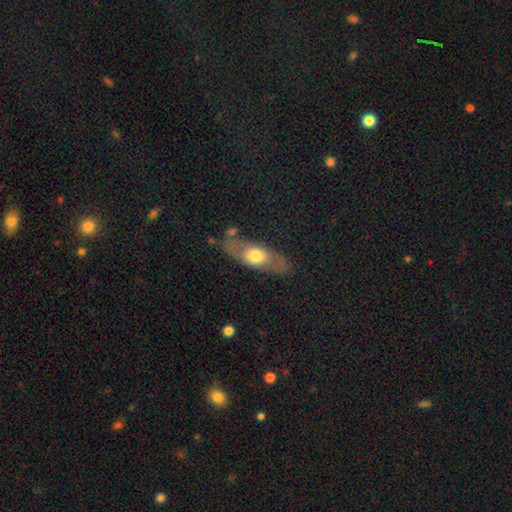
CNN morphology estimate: smooth_or_featured: smooth (p=0.47) [alt: featured or disk p=0.46]
merging: none (p=0.71) [alt: minor disturbance p=0.17]